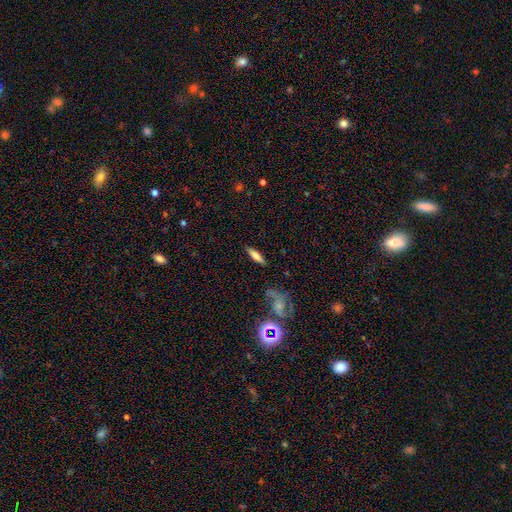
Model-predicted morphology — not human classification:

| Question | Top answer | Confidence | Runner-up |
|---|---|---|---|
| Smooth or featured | smooth | 62% | featured or disk (29%) |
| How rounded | cigar-shaped | 60% | in between (38%) |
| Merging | none | 84% | minor disturbance (10%) |